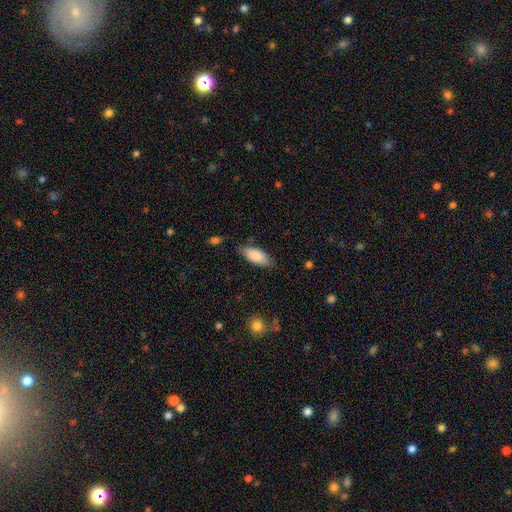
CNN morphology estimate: A smooth galaxy with no disk features (86%) that is in between round and cigar-shaped (81%).

Vote fractions:
- Smooth or featured? smooth: 86% / featured or disk: 8% / star or artifact: 6%
- How rounded? in between: 81% / cigar-shaped: 17% / round: 2%
- Merging? none: 79% / minor disturbance: 16% / major disturbance: 3% / merger: 2%